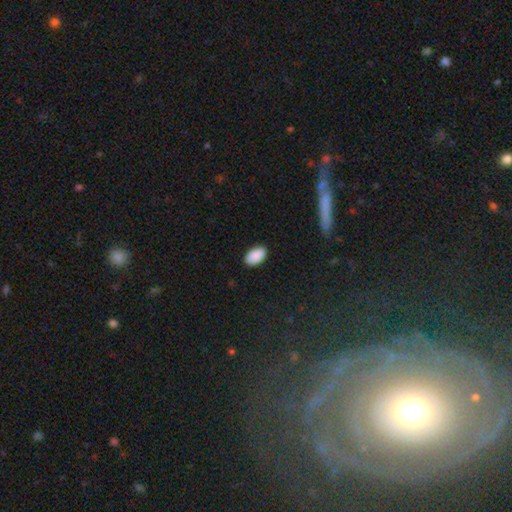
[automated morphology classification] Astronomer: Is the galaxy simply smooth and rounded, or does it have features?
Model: smooth — 90%.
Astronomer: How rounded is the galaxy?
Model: in between — 94%.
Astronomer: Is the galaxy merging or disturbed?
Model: none — 87%.